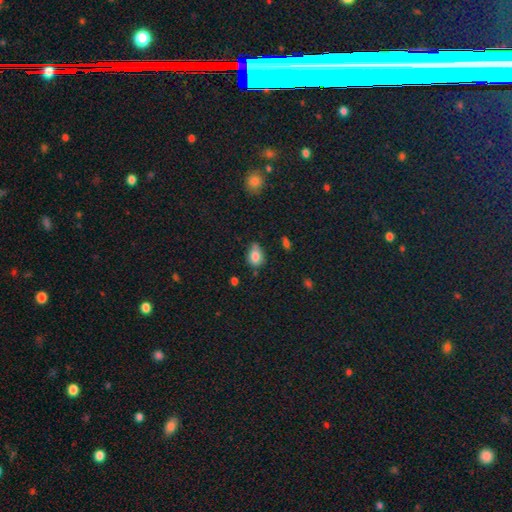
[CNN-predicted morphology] smooth_or_featured: smooth (p=0.80) [alt: star or artifact p=0.10]
how_rounded: in between (p=0.53) [alt: round p=0.45]
merging: none (p=0.48) [alt: minor disturbance p=0.36]